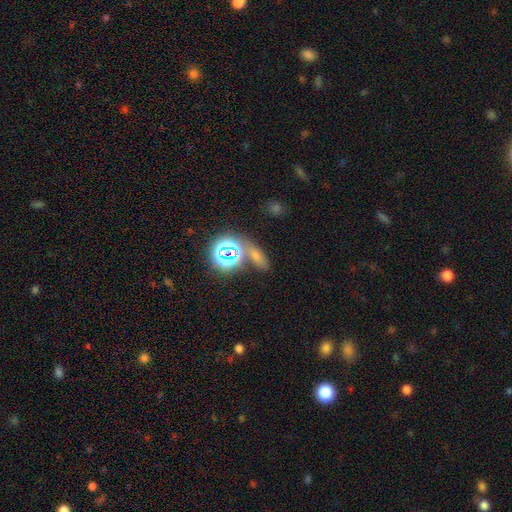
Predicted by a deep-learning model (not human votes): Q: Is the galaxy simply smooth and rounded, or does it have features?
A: smooth — 51%.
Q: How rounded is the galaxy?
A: in between — 64%.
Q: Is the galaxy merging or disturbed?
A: none — 60%.